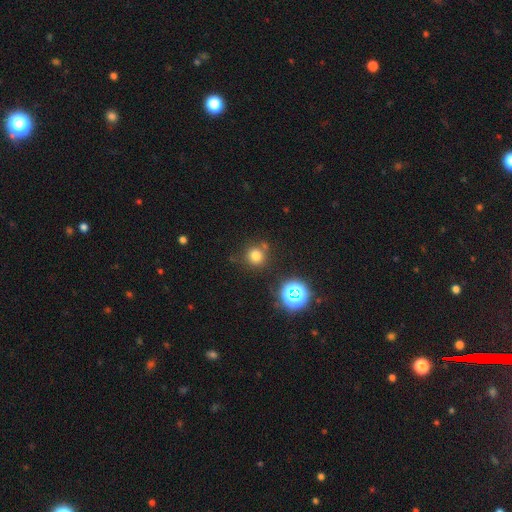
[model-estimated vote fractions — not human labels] A smooth galaxy with no disk features (73%) that is round (92%). Merging: none (76%).